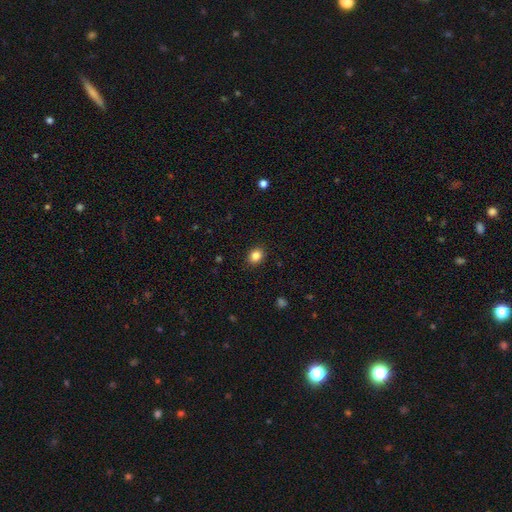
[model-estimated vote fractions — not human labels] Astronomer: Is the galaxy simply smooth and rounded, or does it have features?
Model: smooth — 85%.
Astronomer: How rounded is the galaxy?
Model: round — 56% (runner-up: in between, 43%).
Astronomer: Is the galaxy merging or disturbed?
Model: none — 90%.